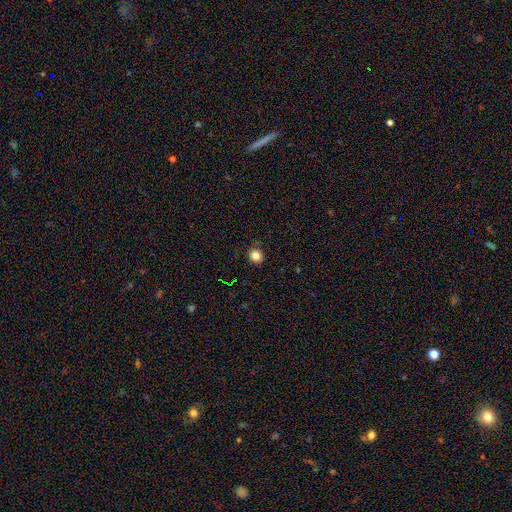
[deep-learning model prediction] Smooth or featured? smooth (82%)
How rounded? round (86%)
Merging? none (90%)